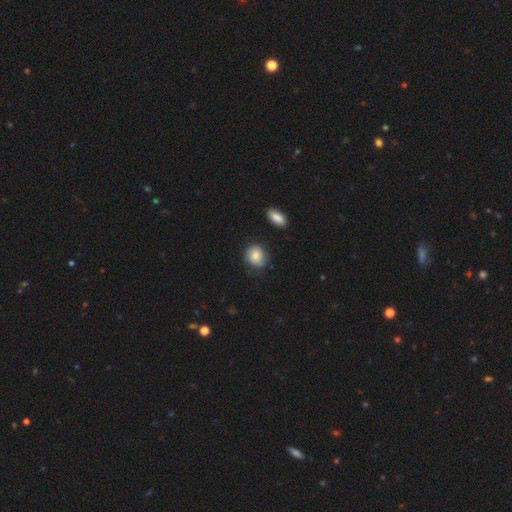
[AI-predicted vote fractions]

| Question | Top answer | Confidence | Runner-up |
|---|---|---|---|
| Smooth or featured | smooth | 82% | featured or disk (11%) |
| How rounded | round | 69% | in between (30%) |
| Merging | none | 67% | minor disturbance (24%) |